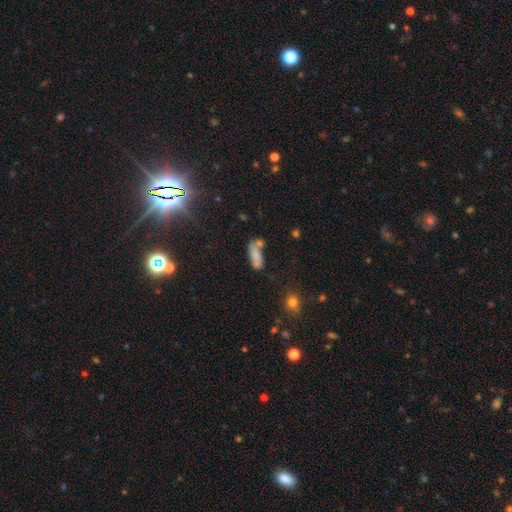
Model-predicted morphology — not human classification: smooth-or-featured: smooth: 75% | featured or disk: 15% | star or artifact: 11%
  how-rounded: in between: 62% | cigar-shaped: 34% | round: 4%
  merging: none: 44% | merger: 26% | minor disturbance: 20% | major disturbance: 10%